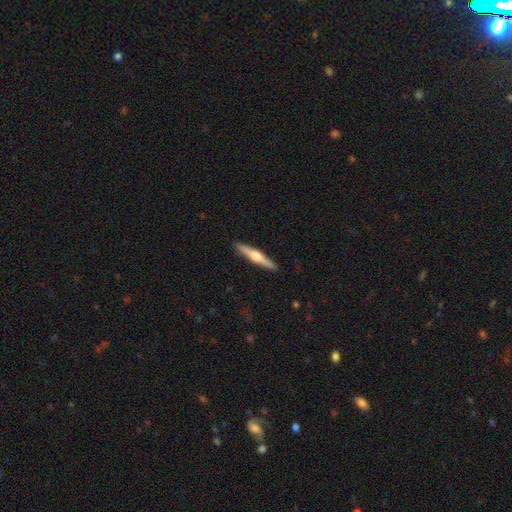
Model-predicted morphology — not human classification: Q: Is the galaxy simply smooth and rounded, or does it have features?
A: featured or disk — 69%.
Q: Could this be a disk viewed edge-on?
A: yes — 98%.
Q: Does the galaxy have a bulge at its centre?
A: rounded — 90%.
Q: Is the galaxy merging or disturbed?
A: none — 92%.